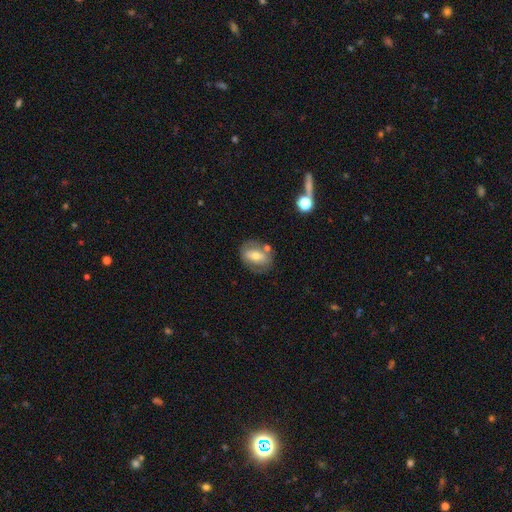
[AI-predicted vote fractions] This appears to be a smooth galaxy with no disk features (47%). Merging: none (66%).